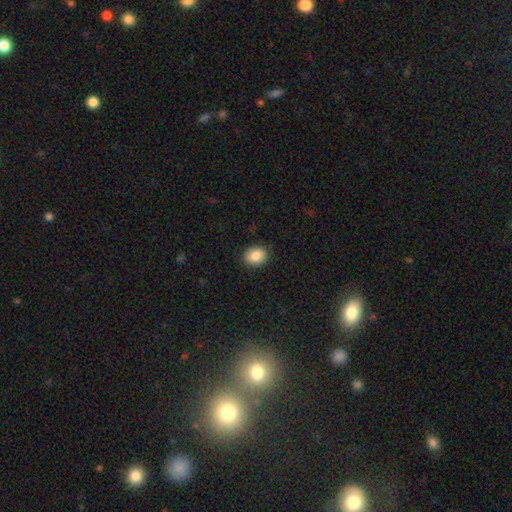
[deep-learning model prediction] The model was most divided on "how rounded": in between: 54%, round: 45%, cigar-shaped: 1%. More confident: merging — none (89%); smooth or featured — smooth (87%).